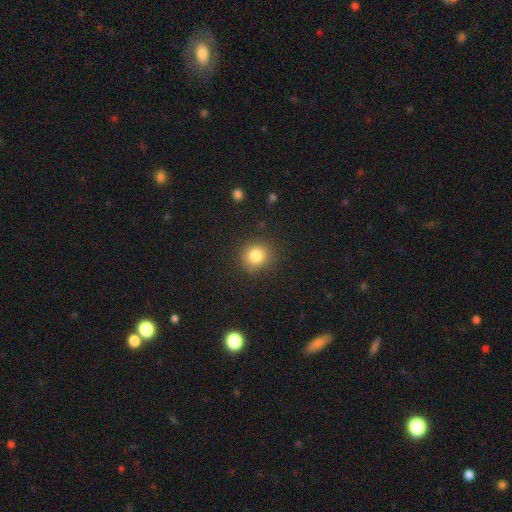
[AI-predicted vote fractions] This is clearly a smooth galaxy (82%). How rounded: clearly round (87%). Merging: clearly none (88%).